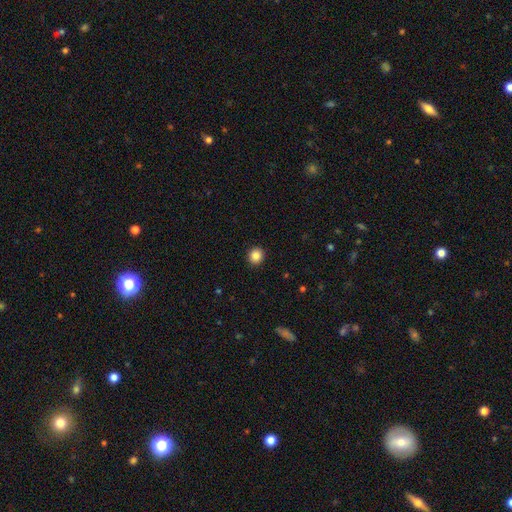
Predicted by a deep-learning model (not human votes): smooth_or_featured: smooth (p=0.85) [alt: star or artifact p=0.11]
how_rounded: round (p=0.92) [alt: in between p=0.07]
merging: none (p=0.93) [alt: minor disturbance p=0.05]